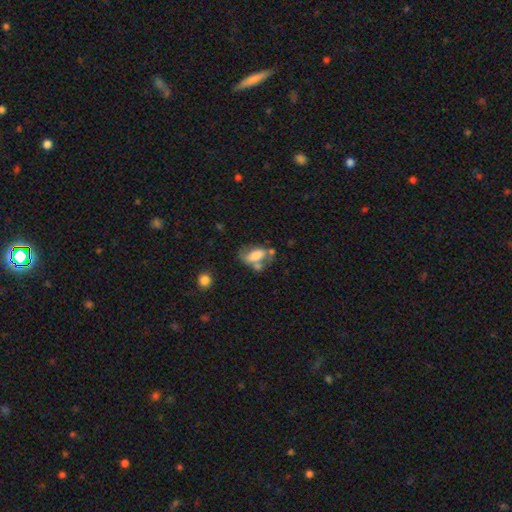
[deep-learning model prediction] Q: Smooth or featured?
A: smooth (55%); runner-up: featured or disk (35%)
Q: How rounded?
A: in between (87%); runner-up: round (8%)
Q: Merging?
A: none (32%); runner-up: merger (26%)